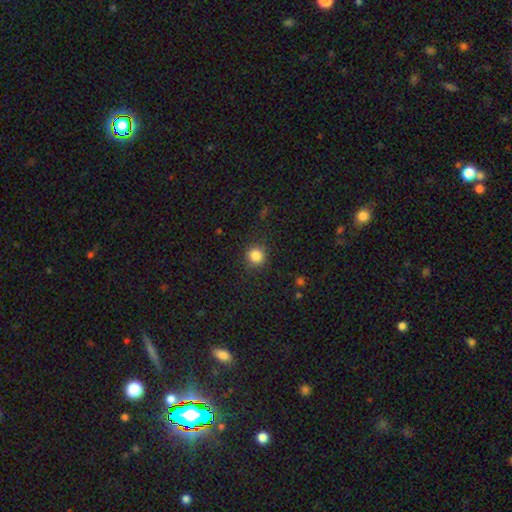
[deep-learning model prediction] This appears to be a smooth galaxy with no disk features (84%) that is round (92%). Merging: none (89%).